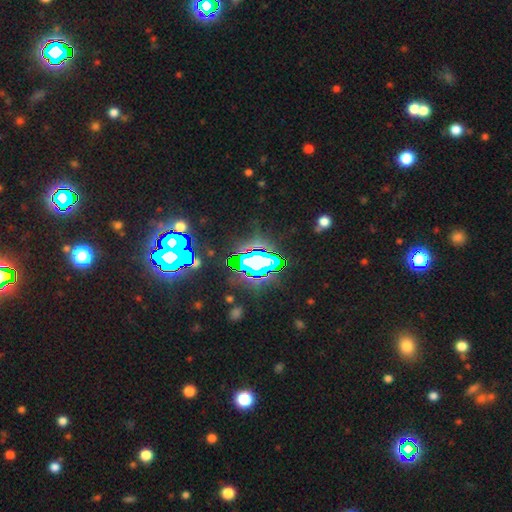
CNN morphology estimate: Smooth or featured: star or artifact — 79% (smooth — 11%)